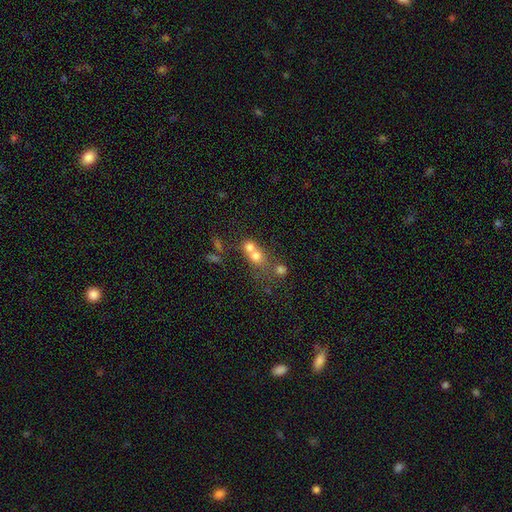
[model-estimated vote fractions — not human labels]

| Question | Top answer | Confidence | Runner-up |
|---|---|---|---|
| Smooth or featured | smooth | 66% | featured or disk (20%) |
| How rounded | round | 73% | in between (25%) |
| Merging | merger | 64% | none (25%) |